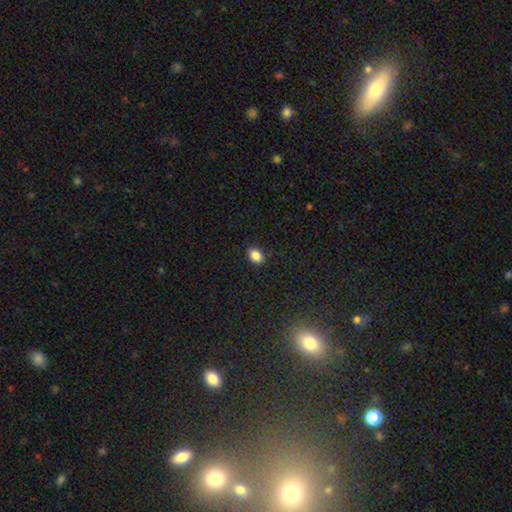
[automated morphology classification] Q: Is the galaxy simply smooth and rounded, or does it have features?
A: smooth — 86%.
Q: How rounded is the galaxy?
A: in between — 71%.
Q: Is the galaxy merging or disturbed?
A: none — 86%.